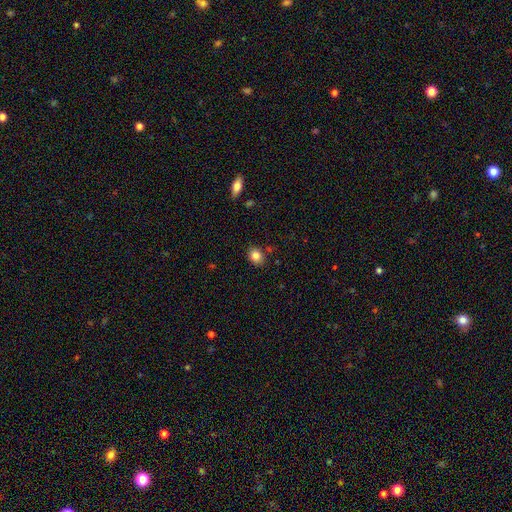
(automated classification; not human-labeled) Smooth or featured? Predicted: smooth (p=0.83). How rounded? Predicted: round (p=0.59). Merging? Predicted: none (p=0.84).